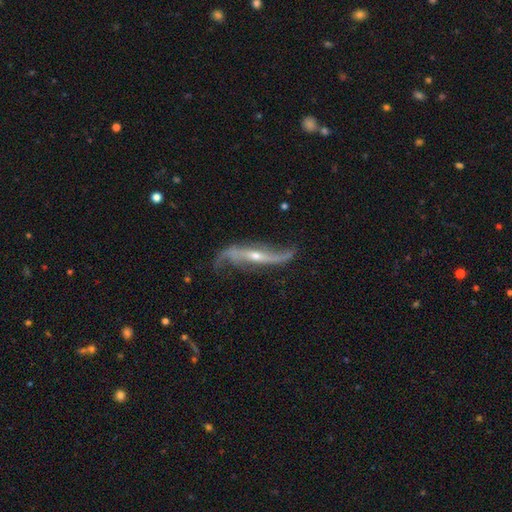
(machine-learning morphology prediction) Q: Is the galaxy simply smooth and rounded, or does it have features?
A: featured or disk — 87%.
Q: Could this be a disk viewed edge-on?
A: no — 71%.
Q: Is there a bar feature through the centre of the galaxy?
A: no — 36%.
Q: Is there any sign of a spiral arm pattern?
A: yes — 95%.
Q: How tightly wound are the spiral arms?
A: loose — 87%.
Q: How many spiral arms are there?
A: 2 — 91%.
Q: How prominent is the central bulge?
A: small — 56%.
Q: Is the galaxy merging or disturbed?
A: none — 65%.